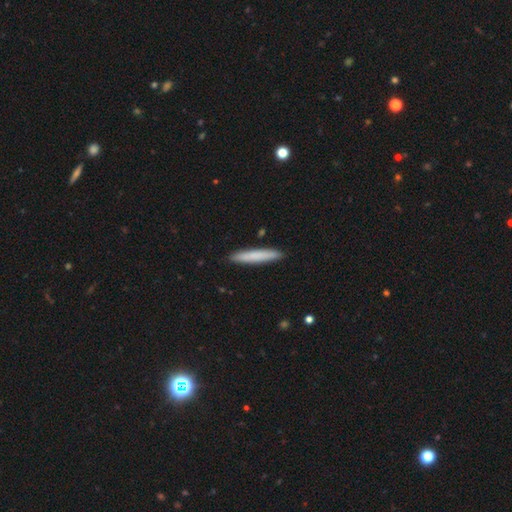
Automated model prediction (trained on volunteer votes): This is likely a smooth galaxy (76%). How rounded: clearly cigar-shaped (95%). Merging: clearly none (91%).